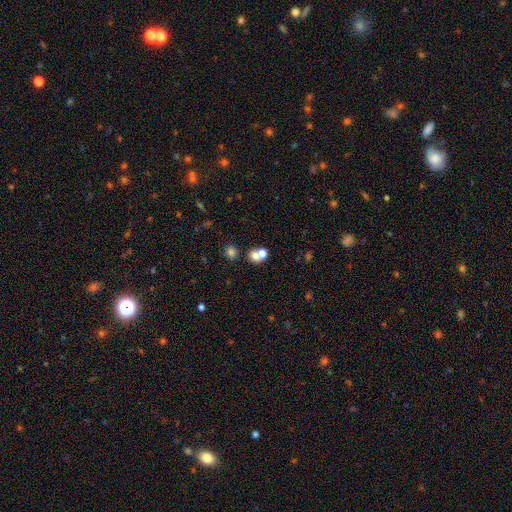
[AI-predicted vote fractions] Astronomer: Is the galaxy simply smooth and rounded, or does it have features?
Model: smooth — 69%.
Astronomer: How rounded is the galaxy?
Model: round — 68%.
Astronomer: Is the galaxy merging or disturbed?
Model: merger — 49% (runner-up: none, 41%).